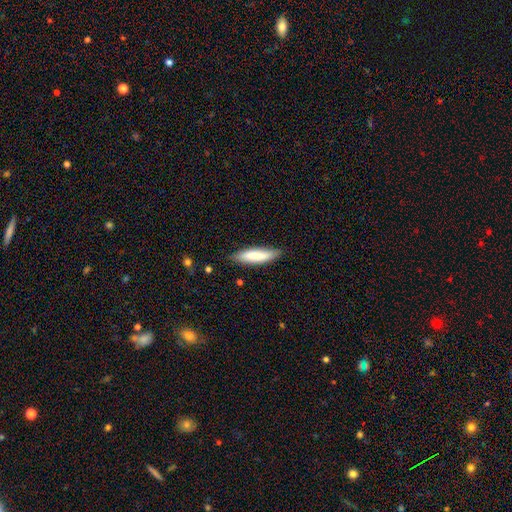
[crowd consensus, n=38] This is clearly a smooth galaxy (82%). How rounded: possibly cigar-shaped (55%). Merging: clearly none (86%).